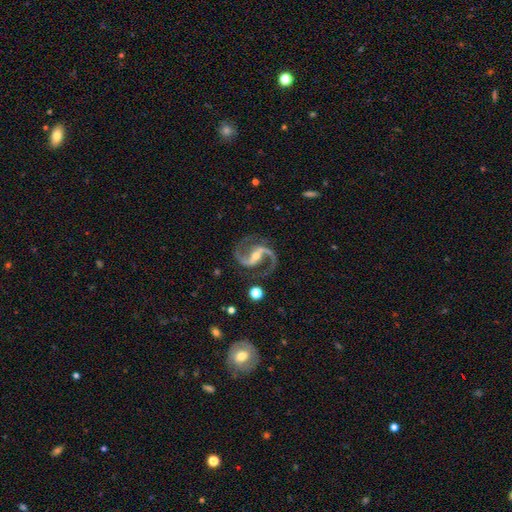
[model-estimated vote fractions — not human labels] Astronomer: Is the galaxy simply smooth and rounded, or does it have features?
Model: featured or disk — 93%.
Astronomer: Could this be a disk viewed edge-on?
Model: no — 98%.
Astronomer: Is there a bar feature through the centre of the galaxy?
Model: strong — 55%.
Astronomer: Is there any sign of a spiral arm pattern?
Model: yes — 99%.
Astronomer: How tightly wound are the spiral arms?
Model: medium — 63%.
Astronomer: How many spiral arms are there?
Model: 2 — 95%.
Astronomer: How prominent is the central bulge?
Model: small — 52% (runner-up: moderate, 43%).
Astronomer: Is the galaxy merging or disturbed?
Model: none — 83%.